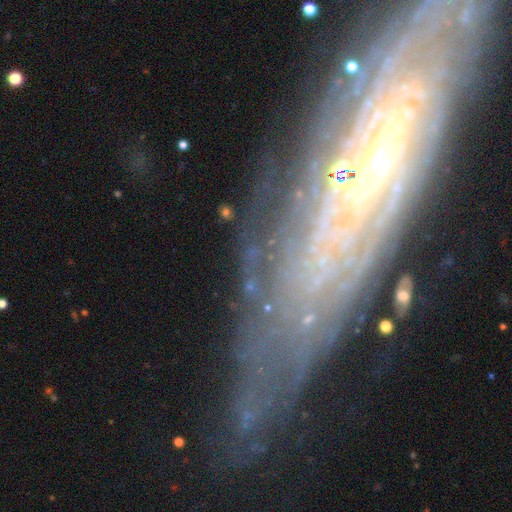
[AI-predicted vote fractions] Overall: featured or disk (74%). Edge-on disk: no (76%). Bar: no (60%; weak 24%). Spiral arms: yes (81%). Bulge size: small (58%; moderate 28%). Merging: none (71%).